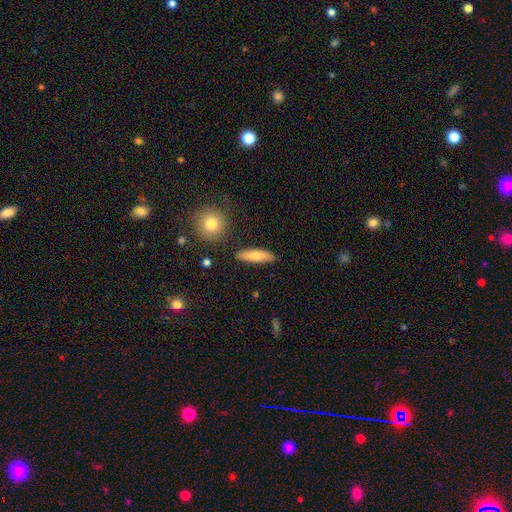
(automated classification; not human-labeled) Overall: smooth (72%). How rounded: cigar-shaped (62%; in between 35%). Merging: none (86%).